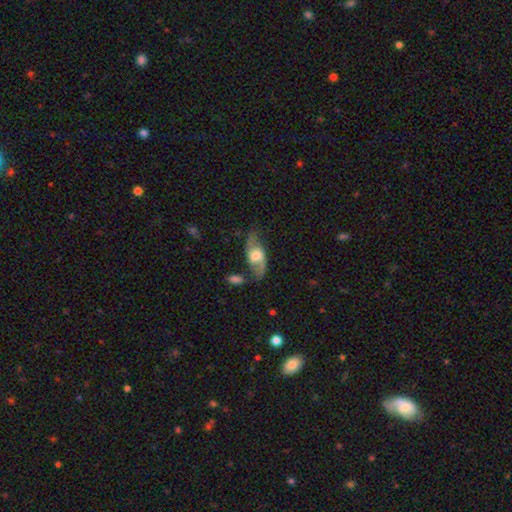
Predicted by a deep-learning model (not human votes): A featured or disk galaxy (63%) with no bar (60%), spiral arms (82%) and a moderate central bulge (60%). Merging: none (63%).